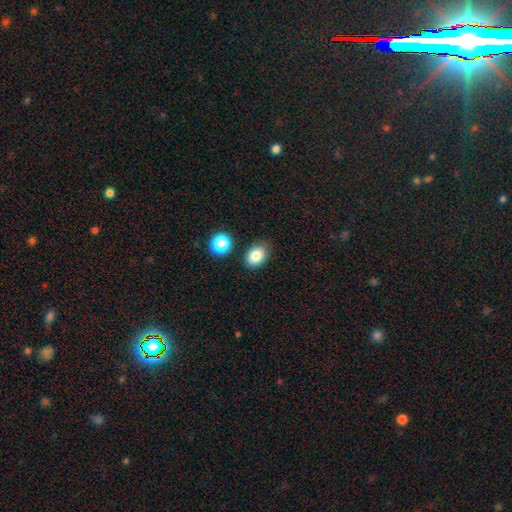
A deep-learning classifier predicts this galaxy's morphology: Smooth or featured: smooth — 81% (star or artifact — 11%)
How rounded: in between — 73% (round — 26%)
Merging: none — 79% (minor disturbance — 14%)